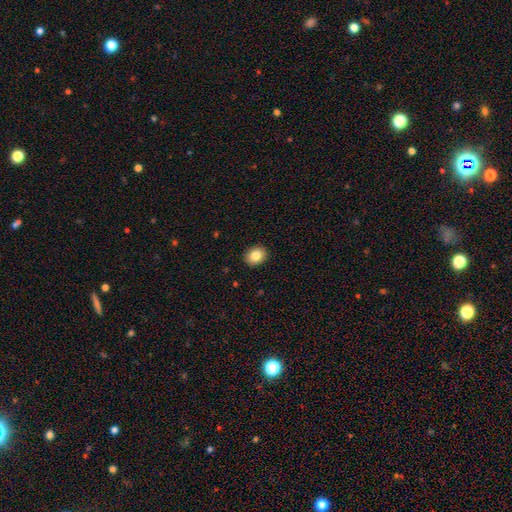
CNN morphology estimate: Smooth or featured?
  - smooth: 84% *
  - star or artifact: 9%
  - featured or disk: 8%
How rounded?
  - round: 50% * (tied)
  - in between: 50% * (tied)
  - cigar-shaped: 1%
Merging?
  - none: 91% *
  - minor disturbance: 7%
  - major disturbance: 2%
  - merger: 1%